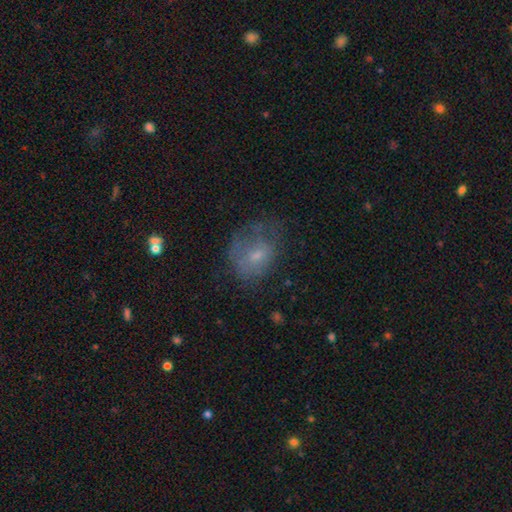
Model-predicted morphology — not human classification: Q: Smooth or featured?
A: smooth (52%); runner-up: featured or disk (35%)
Q: How rounded?
A: in between (53%); runner-up: round (46%)
Q: Merging?
A: none (41%); runner-up: major disturbance (30%)